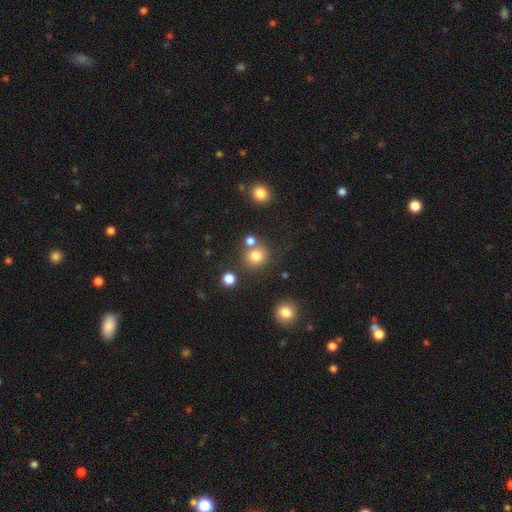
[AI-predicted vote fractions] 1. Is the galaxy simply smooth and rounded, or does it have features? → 80% smooth, 14% star or artifact, 7% featured or disk.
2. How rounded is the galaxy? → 86% round, 13% in between, 1% cigar-shaped.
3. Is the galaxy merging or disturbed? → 67% none, 20% merger, 9% minor disturbance, 4% major disturbance.